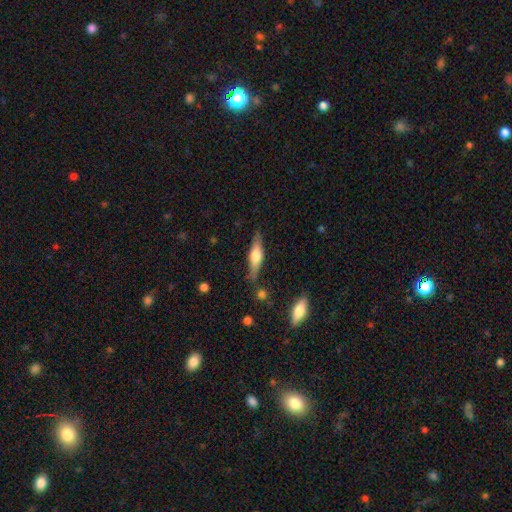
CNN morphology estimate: type=featured or disk (53%); edge-on=yes (93%); merging=none (80%).